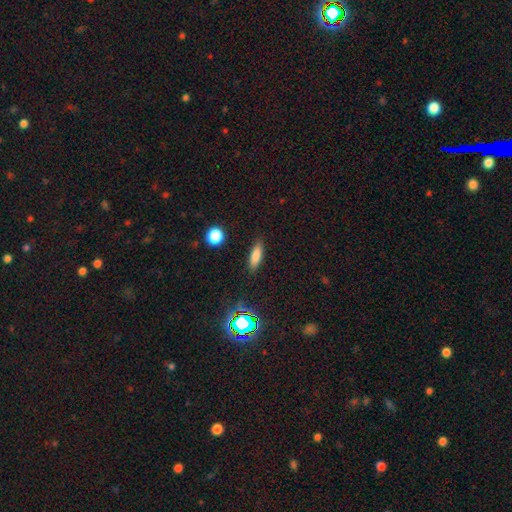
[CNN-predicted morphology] smooth-or-featured: smooth: 78% | star or artifact: 12% | featured or disk: 10%
  how-rounded: in between: 54% | cigar-shaped: 42% | round: 4%
  merging: none: 86% | minor disturbance: 10% | major disturbance: 3% | merger: 1%